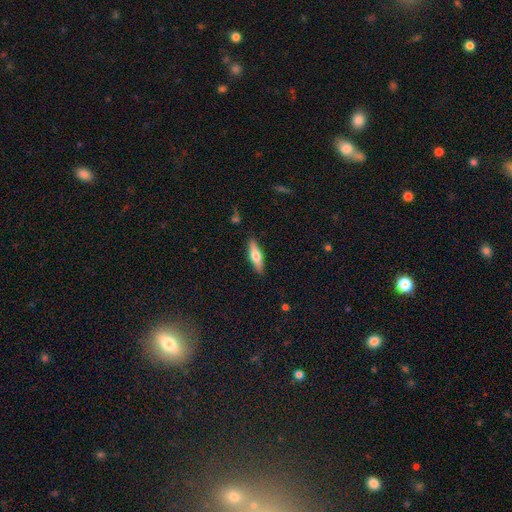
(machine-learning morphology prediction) Smooth or featured: smooth — 57% (featured or disk — 38%)
How rounded: cigar-shaped — 61% (in between — 37%)
Merging: none — 88% (minor disturbance — 8%)